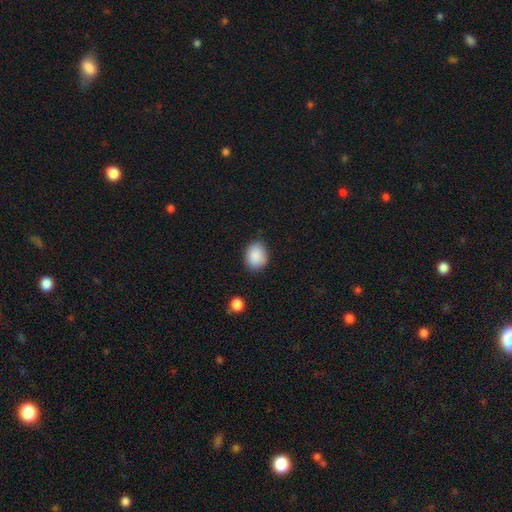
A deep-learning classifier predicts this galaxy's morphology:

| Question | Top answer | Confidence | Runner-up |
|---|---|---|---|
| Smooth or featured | smooth | 89% | star or artifact (8%) |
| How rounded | in between | 51% | round (49%) |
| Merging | none | 81% | minor disturbance (14%) |